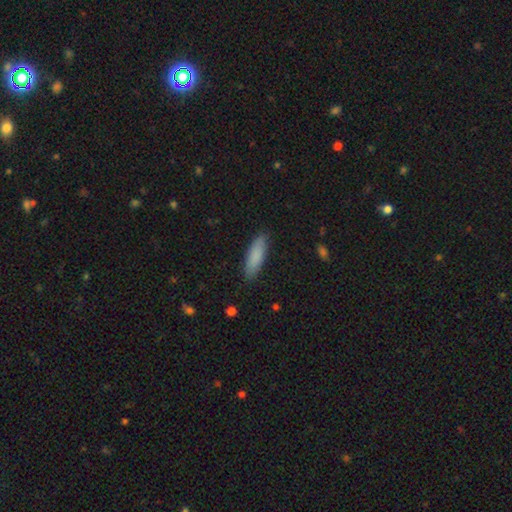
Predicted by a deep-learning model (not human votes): Q: Smooth or featured?
A: smooth (86%); runner-up: featured or disk (8%)
Q: How rounded?
A: cigar-shaped (56%); runner-up: in between (42%)
Q: Merging?
A: none (88%); runner-up: minor disturbance (10%)